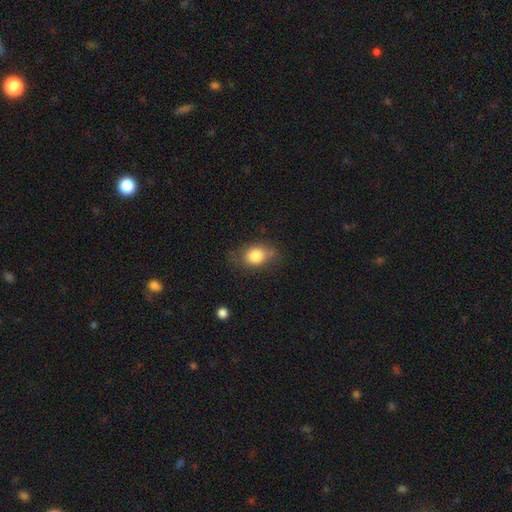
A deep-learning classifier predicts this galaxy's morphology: Smooth or featured? smooth (81%)
How rounded? in between (63%)
Merging? none (63%)